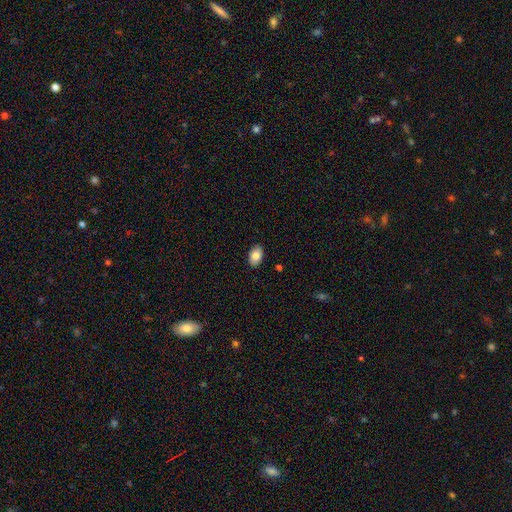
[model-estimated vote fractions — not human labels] A smooth galaxy with no disk features (85%) that is in between round and cigar-shaped (91%).

Vote fractions:
- Smooth or featured? smooth: 85% / featured or disk: 8% / star or artifact: 7%
- How rounded? in between: 91% / round: 7% / cigar-shaped: 1%
- Merging? none: 88% / minor disturbance: 9% / major disturbance: 2% / merger: 1%